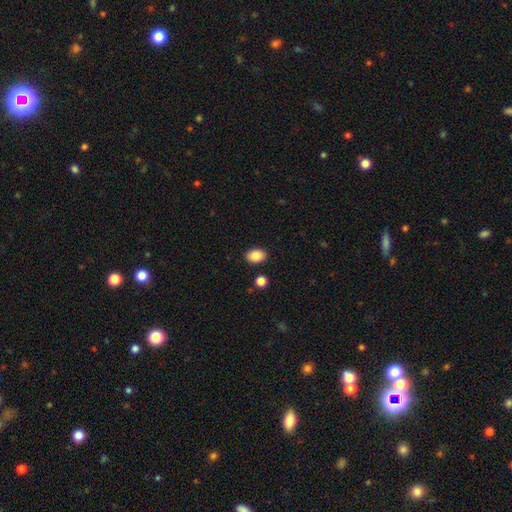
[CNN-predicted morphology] A smooth galaxy with no disk features (87%) that is in between round and cigar-shaped (79%).

Vote fractions:
- Smooth or featured? smooth: 87% / star or artifact: 8% / featured or disk: 5%
- How rounded? in between: 79% / round: 20% / cigar-shaped: 1%
- Merging? none: 88% / minor disturbance: 7% / merger: 2% / major disturbance: 2%